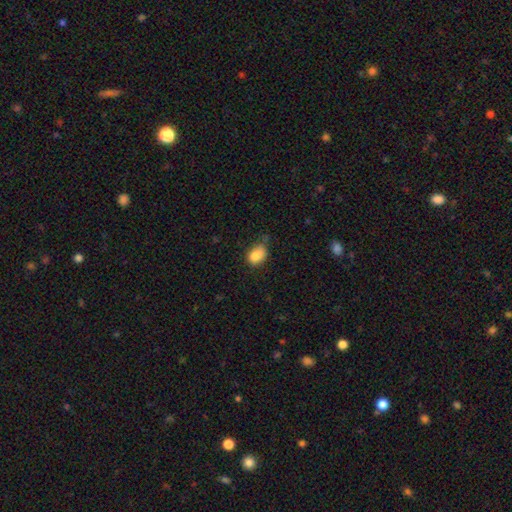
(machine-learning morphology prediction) A smooth galaxy with no disk features (84%) that is in between round and cigar-shaped (69%).

Vote fractions:
- Smooth or featured? smooth: 84% / star or artifact: 10% / featured or disk: 7%
- How rounded? in between: 69% / round: 30% / cigar-shaped: 1%
- Merging? none: 52% / minor disturbance: 35% / major disturbance: 9% / merger: 4%